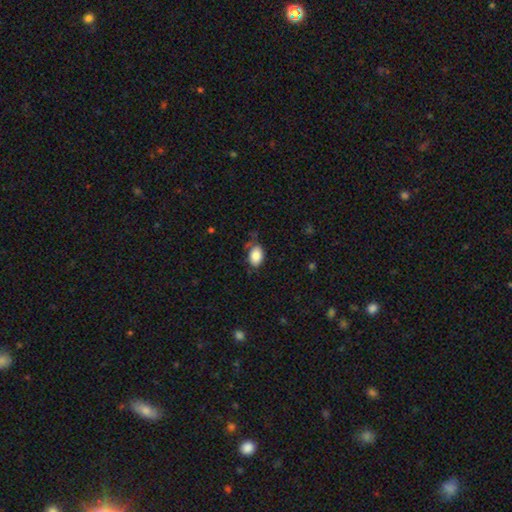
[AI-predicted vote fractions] smooth-or-featured: smooth: 85% | star or artifact: 8% | featured or disk: 7%
  how-rounded: in between: 88% | round: 10% | cigar-shaped: 1%
  merging: none: 67% | minor disturbance: 24% | major disturbance: 6% | merger: 3%